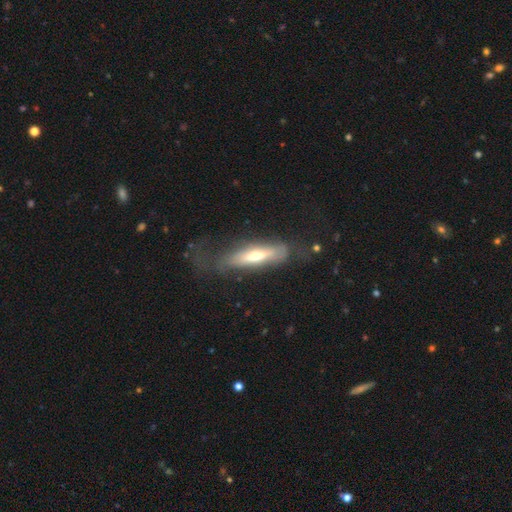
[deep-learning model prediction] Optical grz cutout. It shows a featured or disk galaxy (48%). Merging: none (47%).